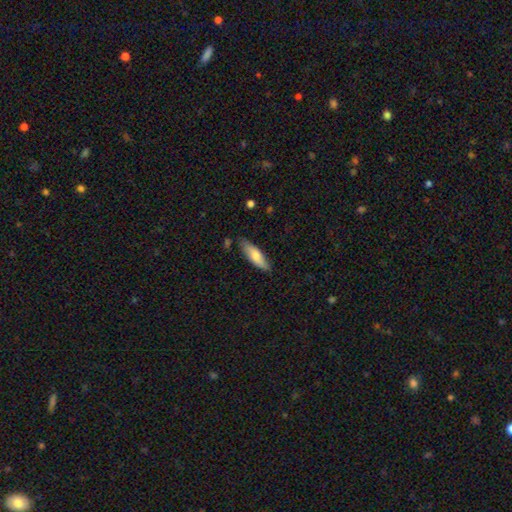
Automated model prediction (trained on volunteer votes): Q: Smooth or featured?
A: smooth (72%); runner-up: featured or disk (22%)
Q: How rounded?
A: in between (50%); runner-up: cigar-shaped (48%)
Q: Merging?
A: none (76%); runner-up: minor disturbance (18%)